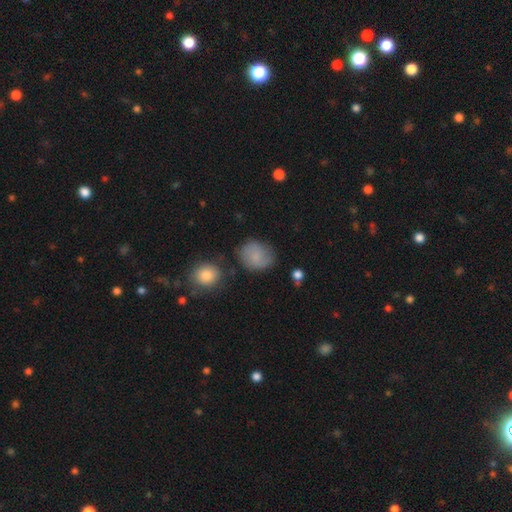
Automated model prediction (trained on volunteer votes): The model was most divided on "smooth or featured": smooth: 67%, featured or disk: 23%, star or artifact: 9%. More confident: merging — none (72%); how rounded — round (72%).